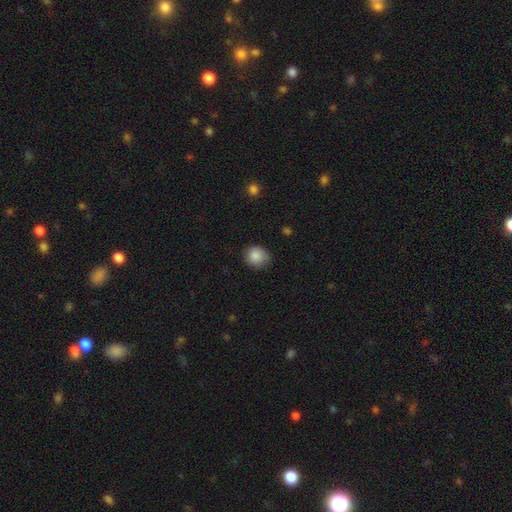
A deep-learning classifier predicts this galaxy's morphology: This appears to be a smooth galaxy with no disk features (86%) that is round (75%). Merging: none (67%).